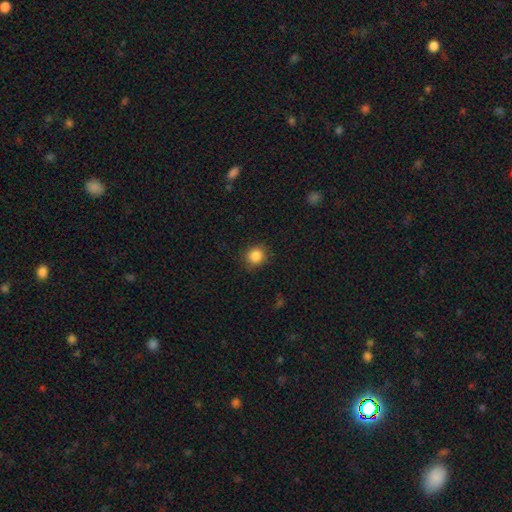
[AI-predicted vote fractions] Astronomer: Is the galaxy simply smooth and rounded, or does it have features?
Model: smooth — 86%.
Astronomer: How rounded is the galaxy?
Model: round — 85%.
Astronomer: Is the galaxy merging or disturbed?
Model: none — 86%.